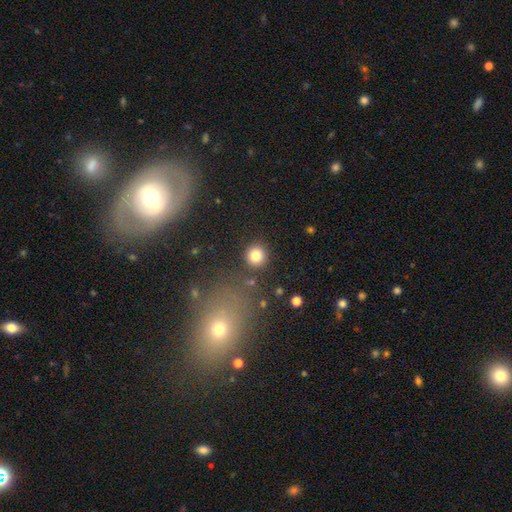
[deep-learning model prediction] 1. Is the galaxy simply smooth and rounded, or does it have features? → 82% smooth, 11% star or artifact, 6% featured or disk.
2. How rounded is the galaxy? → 93% round, 6% in between, 1% cigar-shaped.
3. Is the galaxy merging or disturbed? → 88% none, 6% minor disturbance, 3% merger, 3% major disturbance.